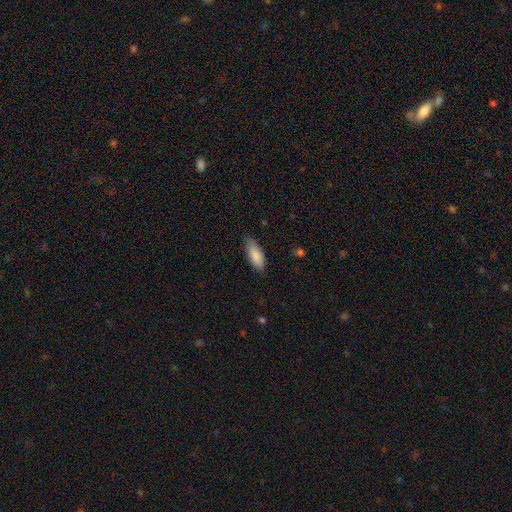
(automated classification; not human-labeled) smooth_or_featured: smooth (p=0.87) [alt: featured or disk p=0.07]
how_rounded: in between (p=0.78) [alt: cigar-shaped p=0.21]
merging: none (p=0.77) [alt: minor disturbance p=0.19]